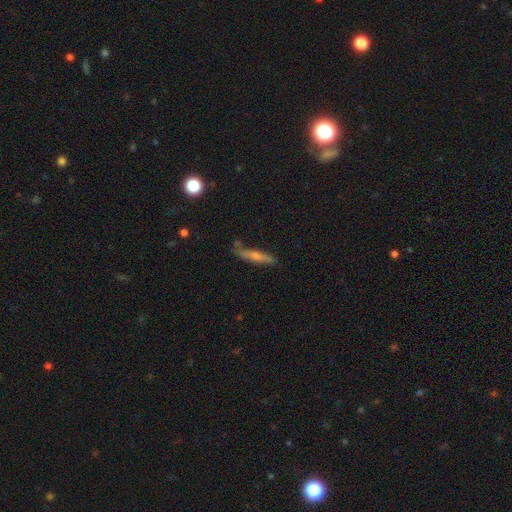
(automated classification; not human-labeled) This appears to be a featured or disk galaxy (48%). Merging: none (68%).